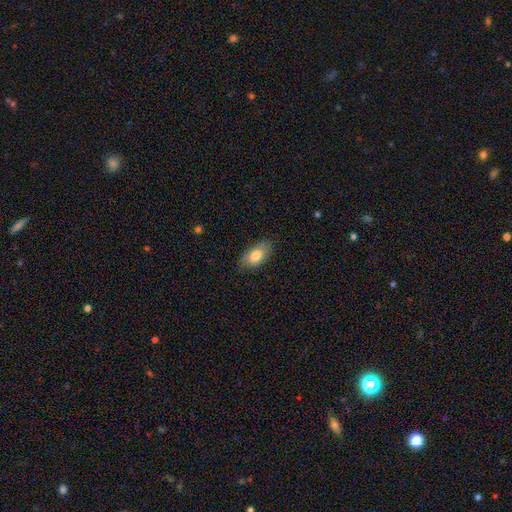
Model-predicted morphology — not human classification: This is likely a smooth galaxy (76%). How rounded: clearly in between (92%). Merging: likely none (78%).